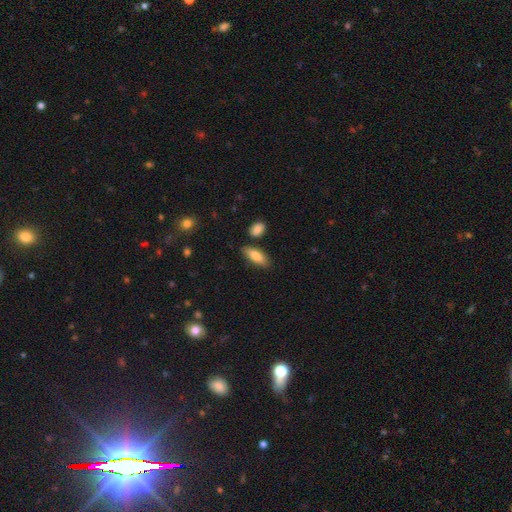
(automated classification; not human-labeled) smooth_or_featured: smooth (p=0.81) [alt: featured or disk p=0.13]
how_rounded: in between (p=0.73) [alt: cigar-shaped p=0.24]
merging: none (p=0.81) [alt: minor disturbance p=0.12]